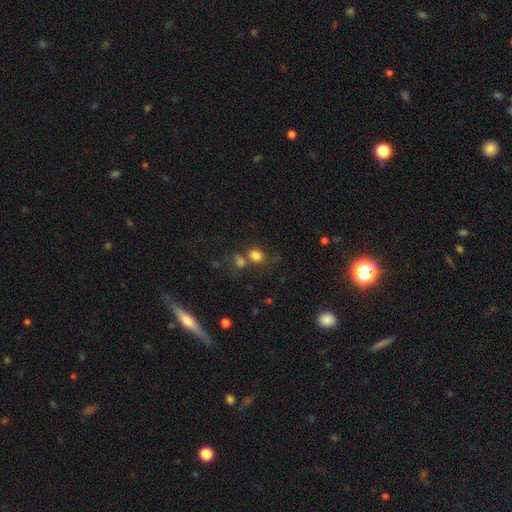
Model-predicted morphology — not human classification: type=smooth (79%); roundness=round (71%); merging=none (54%).